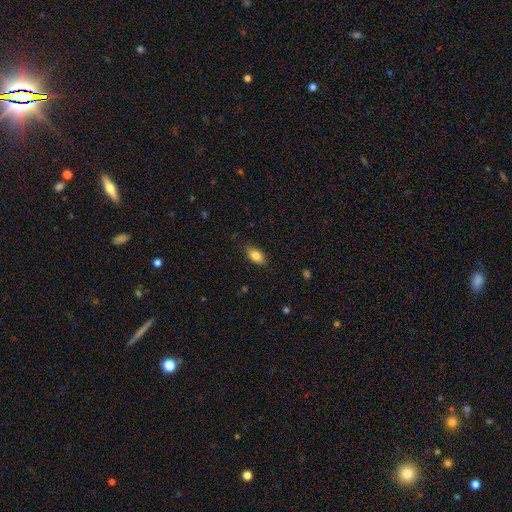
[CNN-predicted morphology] Smooth or featured? Predicted: smooth (p=0.83). How rounded? Predicted: in between (p=0.90). Merging? Predicted: none (p=0.85).